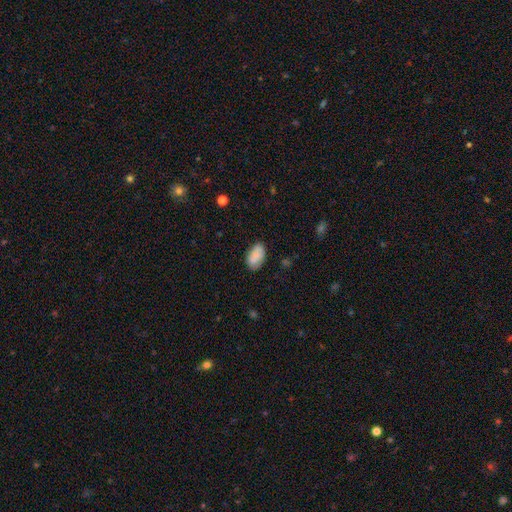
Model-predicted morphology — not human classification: smooth_or_featured: smooth (p=0.77) [alt: featured or disk p=0.15]
how_rounded: in between (p=0.93) [alt: round p=0.05]
merging: none (p=0.70) [alt: minor disturbance p=0.21]